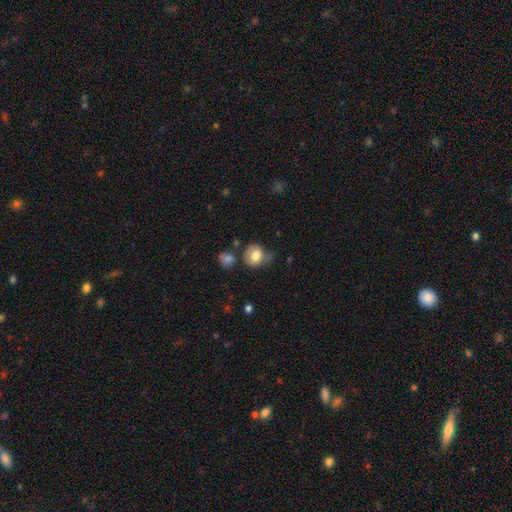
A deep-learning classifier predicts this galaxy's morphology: Q: Smooth or featured?
A: smooth (77%); runner-up: featured or disk (14%)
Q: How rounded?
A: round (68%); runner-up: in between (31%)
Q: Merging?
A: none (54%); runner-up: minor disturbance (28%)